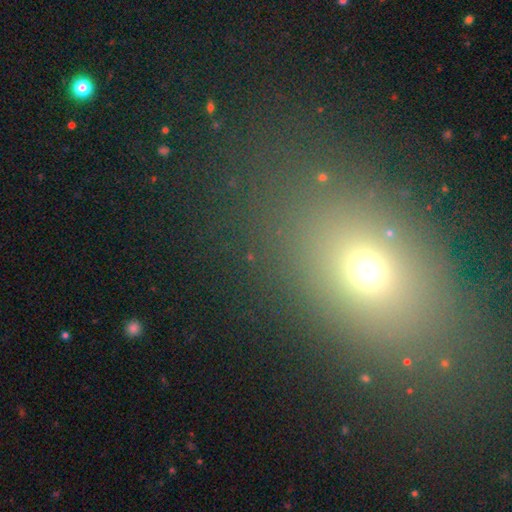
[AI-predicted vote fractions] This appears to be a smooth galaxy with no disk features (54%) that is in between round and cigar-shaped (57%). Merging: none (80%).